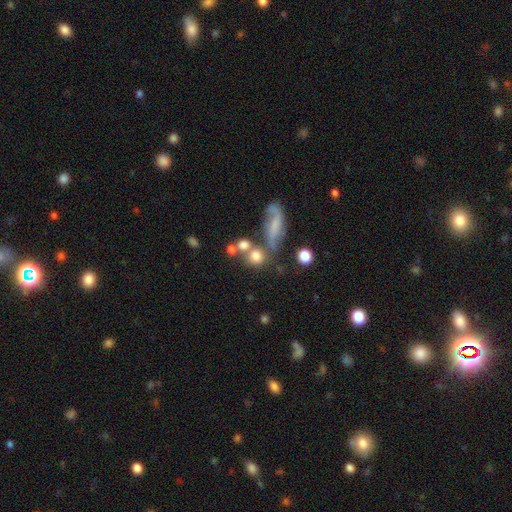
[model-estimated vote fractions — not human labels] This is likely a smooth galaxy (72%). How rounded: likely round (79%). Merging: possibly none (47%).